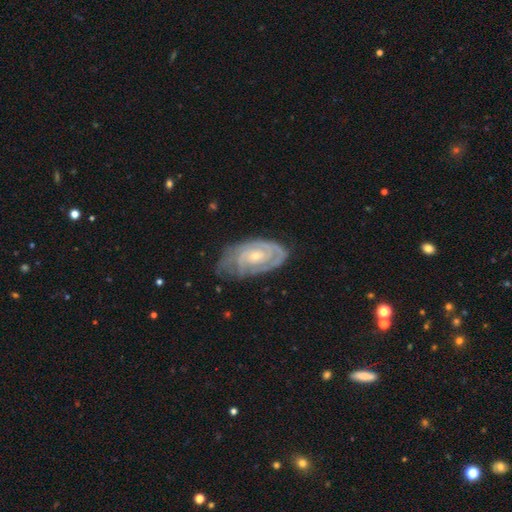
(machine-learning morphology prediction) This appears to be a featured or disk galaxy (84%) with no bar (70%), 2 (41%) tight (74%) spiral arms (94%) and a small central bulge (63%). Merging: none (64%).